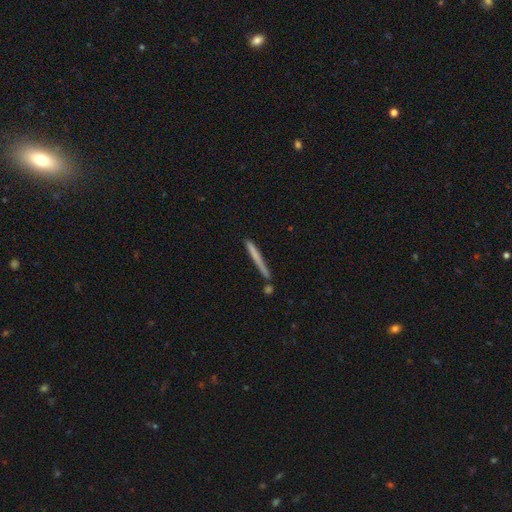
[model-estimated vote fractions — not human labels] Morphology: type=smooth (61%); roundness=cigar-shaped (97%); merging=none (79%).